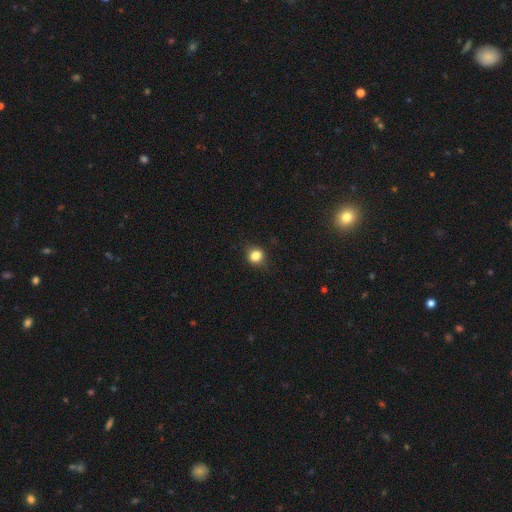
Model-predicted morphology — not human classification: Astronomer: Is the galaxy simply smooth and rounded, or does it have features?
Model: smooth — 82%.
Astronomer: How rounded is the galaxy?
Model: round — 81%.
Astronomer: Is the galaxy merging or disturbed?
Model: none — 84%.